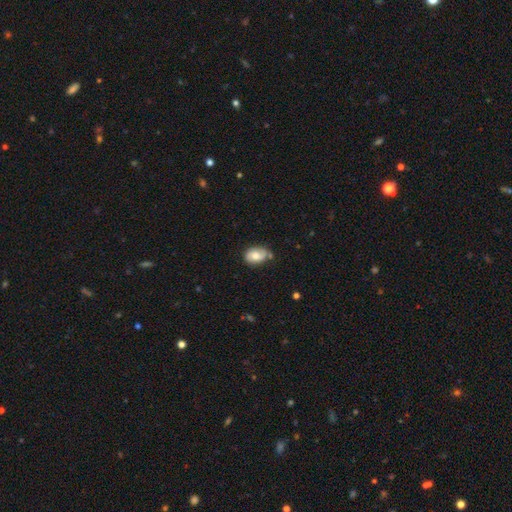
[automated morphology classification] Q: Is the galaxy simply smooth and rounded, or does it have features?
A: smooth — 65%.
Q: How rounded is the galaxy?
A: in between — 80%.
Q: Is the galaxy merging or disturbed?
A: none — 53%.